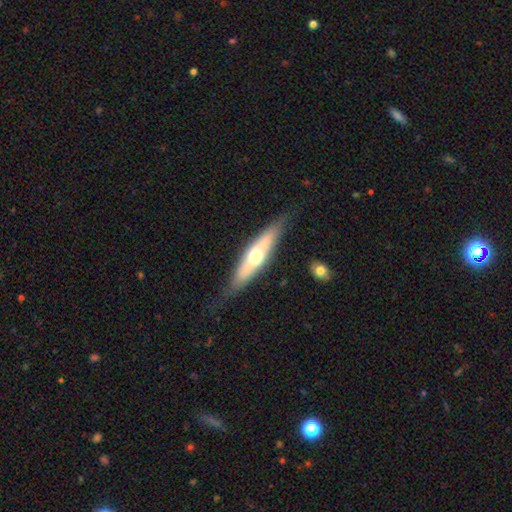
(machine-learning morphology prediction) featured or disk 55%, smooth 40%, star or artifact 5%. Down the decision tree: edge-on disk — yes (81%); merging — none (77%).